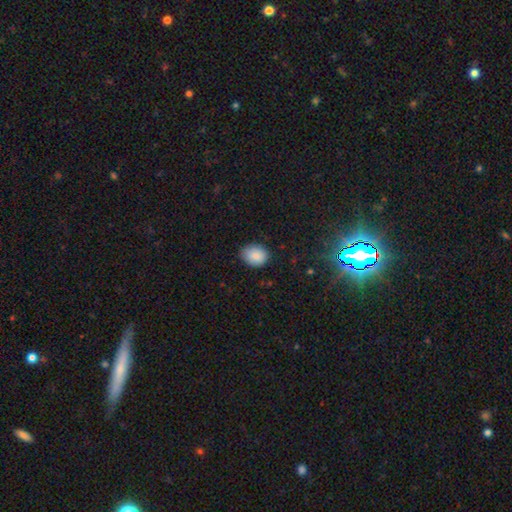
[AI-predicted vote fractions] Q: Smooth or featured?
A: smooth (87%); runner-up: star or artifact (8%)
Q: How rounded?
A: in between (52%); runner-up: round (47%)
Q: Merging?
A: none (76%); runner-up: minor disturbance (20%)